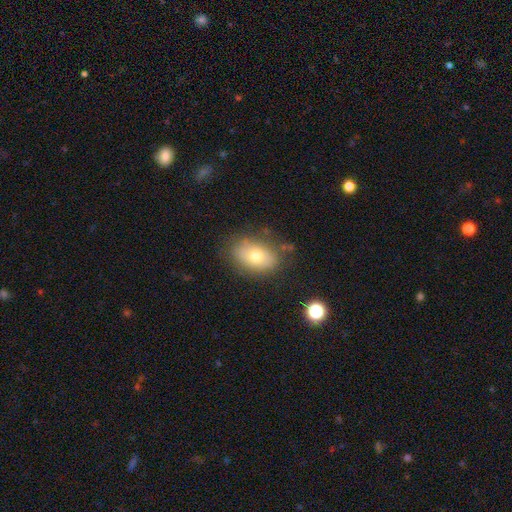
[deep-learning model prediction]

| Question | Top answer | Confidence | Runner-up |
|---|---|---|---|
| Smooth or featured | smooth | 70% | featured or disk (21%) |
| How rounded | in between | 84% | round (15%) |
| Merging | none | 76% | minor disturbance (16%) |